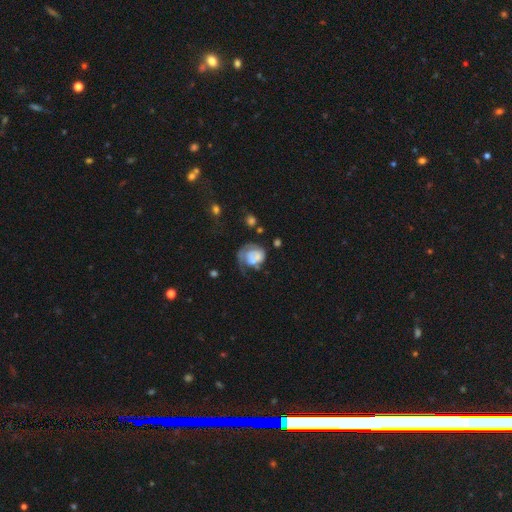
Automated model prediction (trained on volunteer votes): featured or disk 55%, smooth 36%, star or artifact 8%. Down the decision tree: edge-on disk — no (98%); bar — no (82%); spiral arms — yes (60%); bulge size — none (37%); merging — major disturbance (42%).